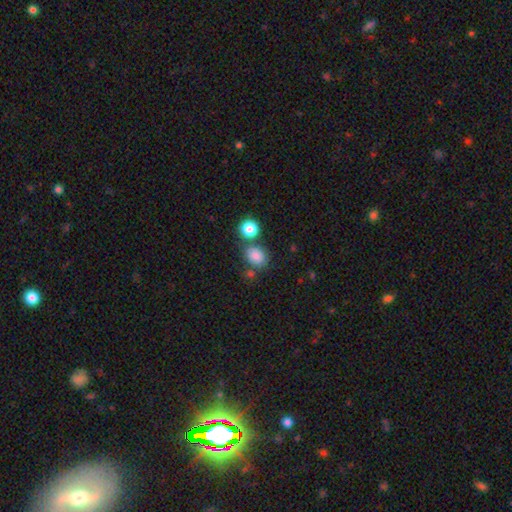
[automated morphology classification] smooth 83%, star or artifact 11%, featured or disk 6%. Down the decision tree: how rounded — in between (55%); merging — none (63%).